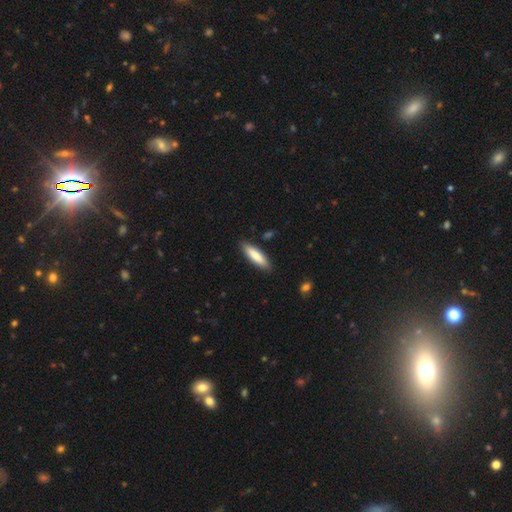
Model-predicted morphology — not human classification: Smooth or featured: smooth — 83% (featured or disk — 12%)
How rounded: cigar-shaped — 65% (in between — 34%)
Merging: none — 88% (minor disturbance — 9%)